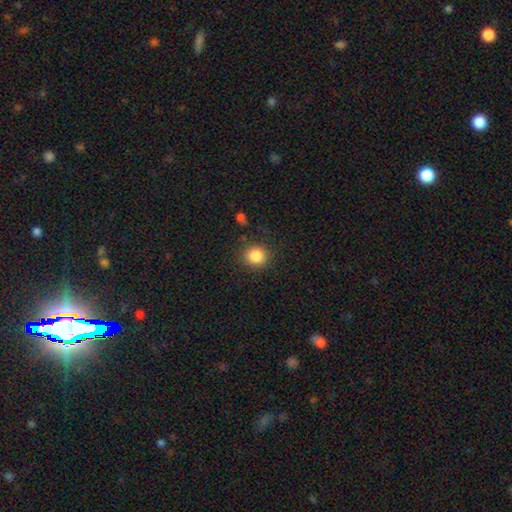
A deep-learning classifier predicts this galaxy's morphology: smooth-or-featured: smooth: 85% | star or artifact: 10% | featured or disk: 5%
  how-rounded: round: 89% | in between: 11% | cigar-shaped: 1%
  merging: none: 87% | minor disturbance: 8% | major disturbance: 3% | merger: 2%